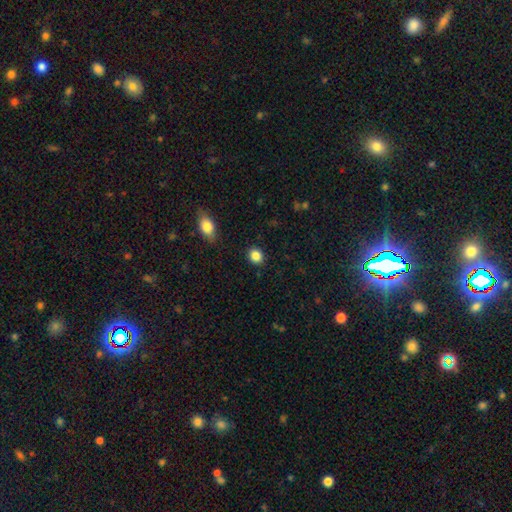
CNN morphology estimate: Smooth or featured? Predicted: smooth (p=0.86). How rounded? Predicted: round (p=0.74). Merging? Predicted: none (p=0.90).